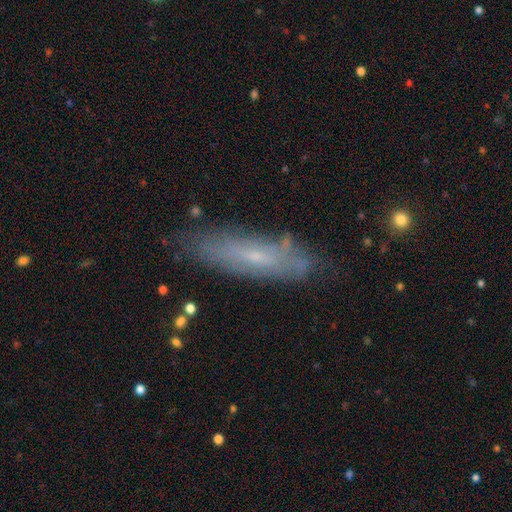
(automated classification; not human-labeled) A featured or disk galaxy (52%). Merging: none (79%).